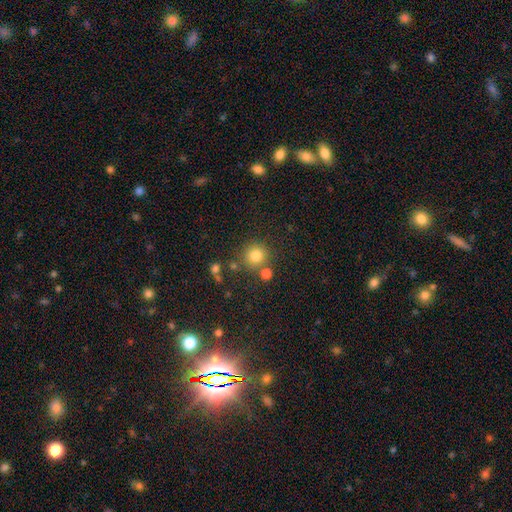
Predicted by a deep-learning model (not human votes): smooth 79%, star or artifact 14%, featured or disk 7%. Down the decision tree: how rounded — round (92%); merging — none (76%).